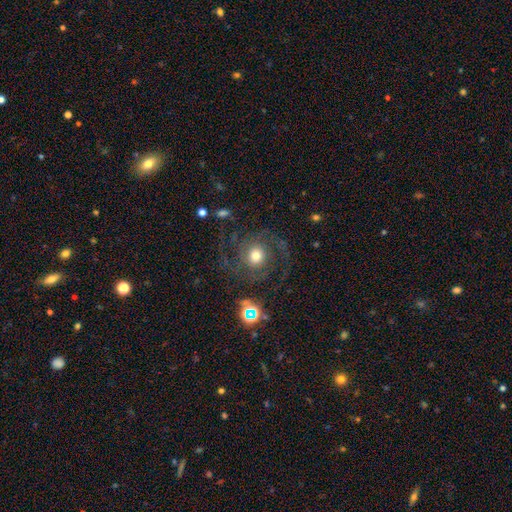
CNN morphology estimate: type=featured or disk (69%); edge-on=no (97%); bar=no (78%); spiral arms=yes (90%); winding=medium (46%); arm count=2 (51%); bulge=moderate (60%); merging=none (68%).